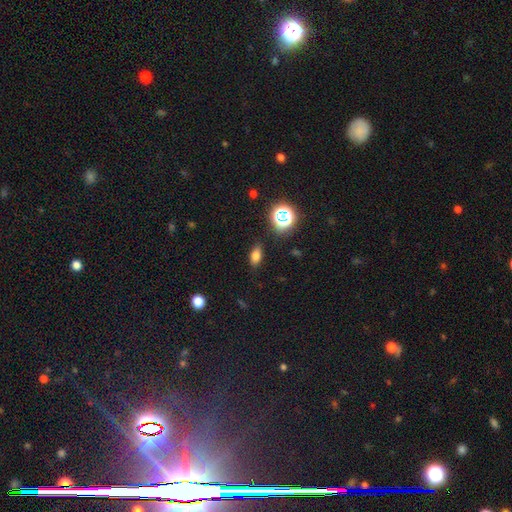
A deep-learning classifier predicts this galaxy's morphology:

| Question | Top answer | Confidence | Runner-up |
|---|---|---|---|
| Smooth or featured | smooth | 74% | star or artifact (17%) |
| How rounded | in between | 83% | round (11%) |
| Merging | none | 86% | minor disturbance (10%) |